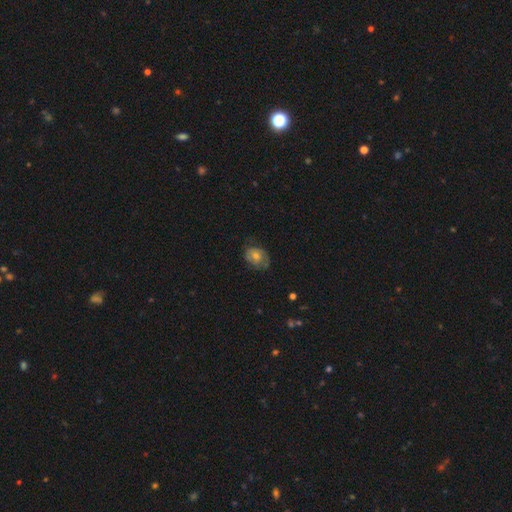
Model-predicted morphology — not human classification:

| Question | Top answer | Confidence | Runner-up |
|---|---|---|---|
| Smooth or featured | smooth | 49% | featured or disk (40%) |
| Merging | none | 65% | minor disturbance (25%) |